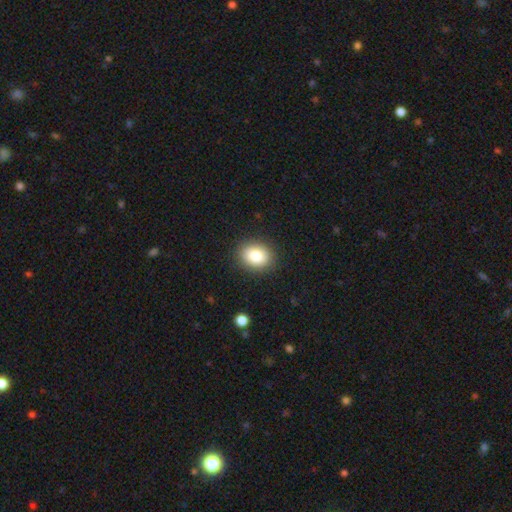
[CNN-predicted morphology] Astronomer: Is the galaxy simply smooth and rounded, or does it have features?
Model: smooth — 83%.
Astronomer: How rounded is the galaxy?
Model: round — 50% (runner-up: in between, 49%).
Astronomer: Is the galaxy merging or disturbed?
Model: none — 89%.